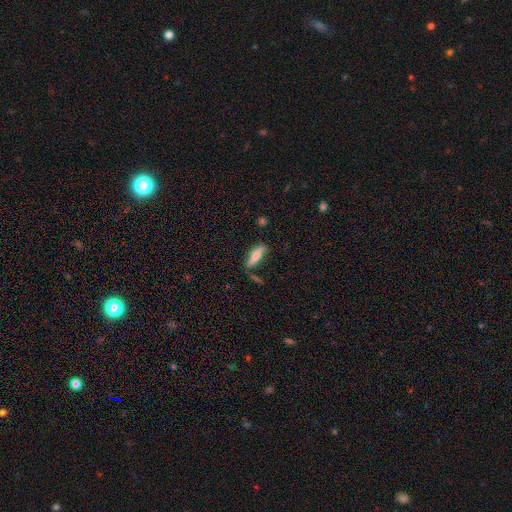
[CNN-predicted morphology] Smooth or featured? smooth (50%)
How rounded? cigar-shaped (52%)
Merging? none (64%)